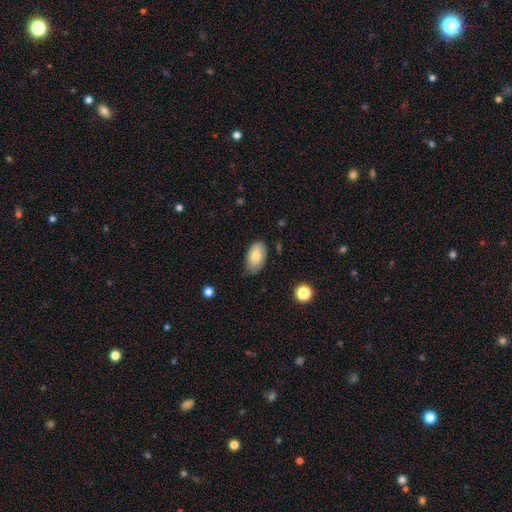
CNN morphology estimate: This is likely a smooth galaxy (78%). How rounded: clearly in between (94%). Merging: likely none (76%).